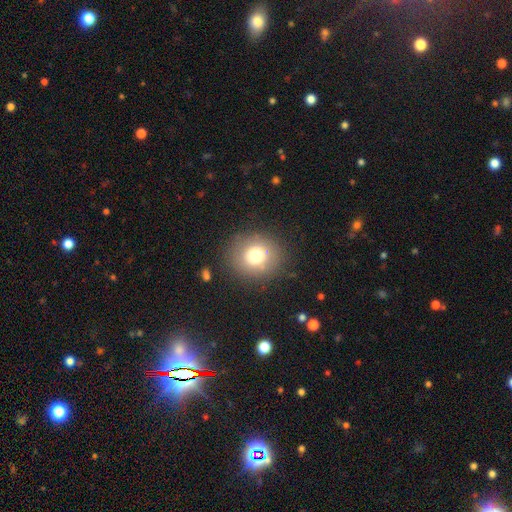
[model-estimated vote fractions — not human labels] smooth_or_featured: smooth (p=0.74) [alt: featured or disk p=0.14]
how_rounded: round (p=0.82) [alt: in between p=0.17]
merging: none (p=0.85) [alt: minor disturbance p=0.09]